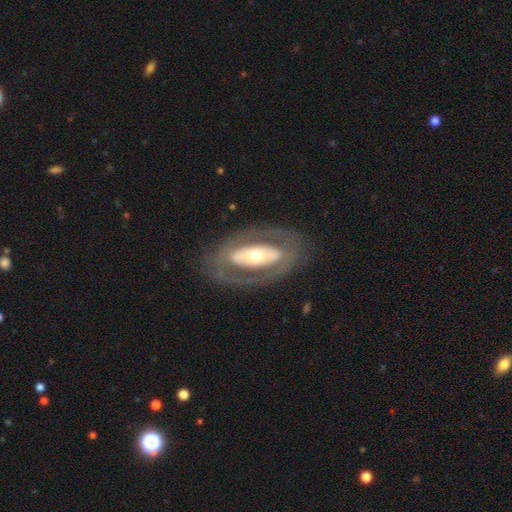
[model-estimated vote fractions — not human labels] This is likely a featured or disk galaxy (70%). It is clearly not viewed edge-on (87%). Bar: possibly no (56%). Spiral arm pattern: likely no (74%). Central bulge: possibly moderate (60%). Merging: likely none (77%).